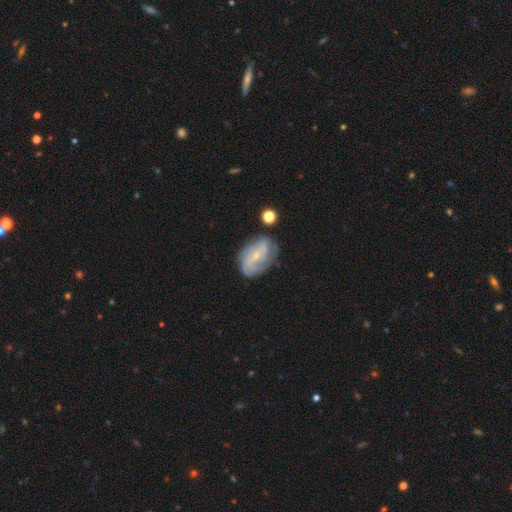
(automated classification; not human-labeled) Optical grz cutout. It shows a featured or disk galaxy (74%) with no bar (54%), 2 (37%) medium (39%) spiral arms (87%) and a small central bulge (78%). Merging: none (64%).